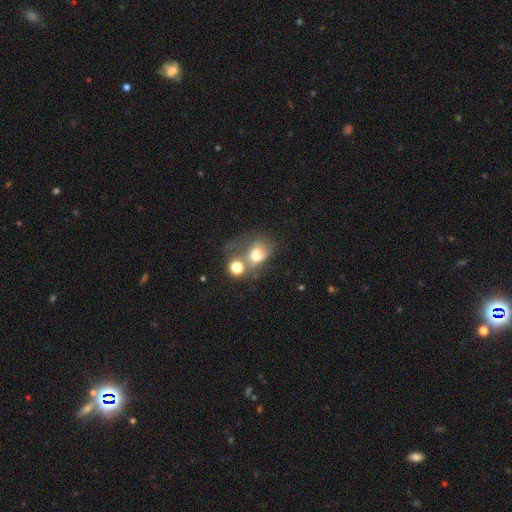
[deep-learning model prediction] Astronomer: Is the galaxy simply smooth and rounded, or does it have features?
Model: smooth — 63%.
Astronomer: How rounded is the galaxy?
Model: in between — 53% (runner-up: round, 45%).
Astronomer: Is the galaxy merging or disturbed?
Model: merger — 37% (runner-up: major disturbance, 26%).